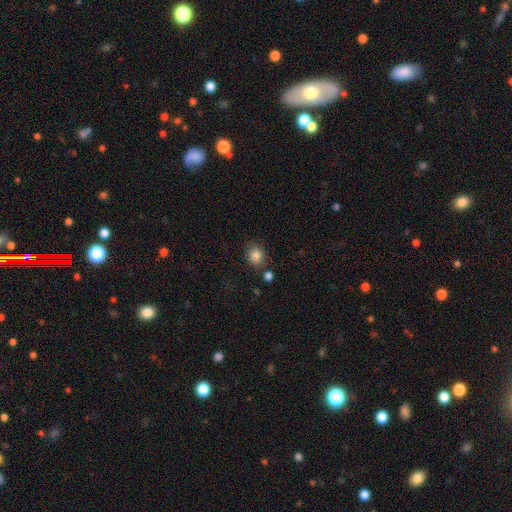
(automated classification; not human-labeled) Smooth or featured: smooth — 83% (star or artifact — 11%)
How rounded: round — 69% (in between — 30%)
Merging: none — 72% (minor disturbance — 14%)